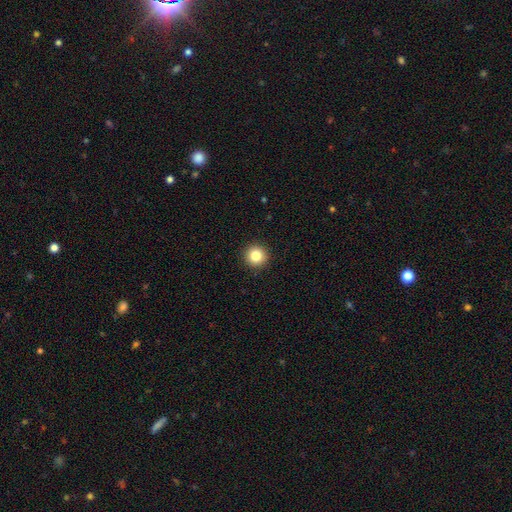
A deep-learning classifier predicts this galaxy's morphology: type=smooth (84%); roundness=round (95%); merging=none (93%).